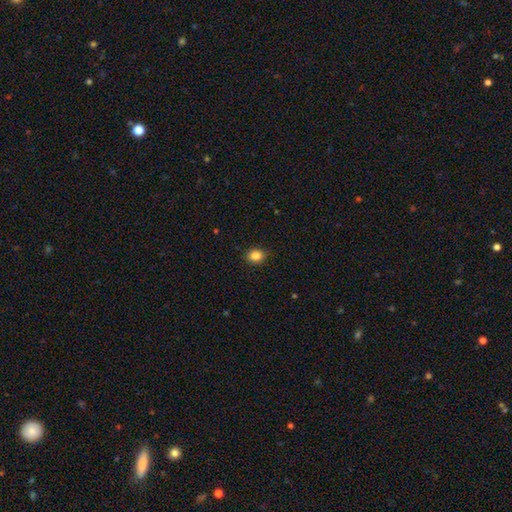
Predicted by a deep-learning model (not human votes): smooth 85%, star or artifact 10%, featured or disk 5%. Down the decision tree: how rounded — round (58%); merging — none (87%).